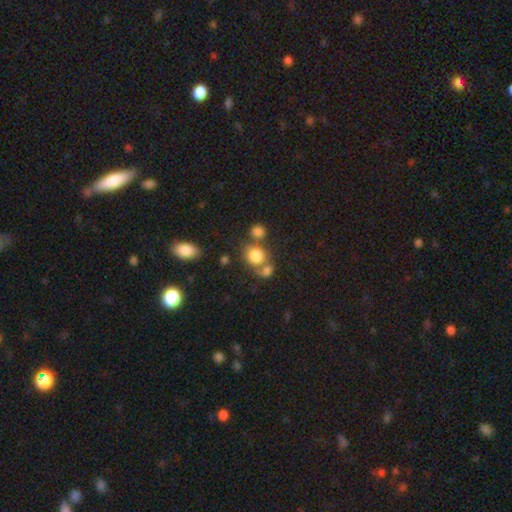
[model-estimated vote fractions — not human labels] Overall: smooth (78%). How rounded: round (69%; in between 30%). Merging: none (46%; merger 35%).